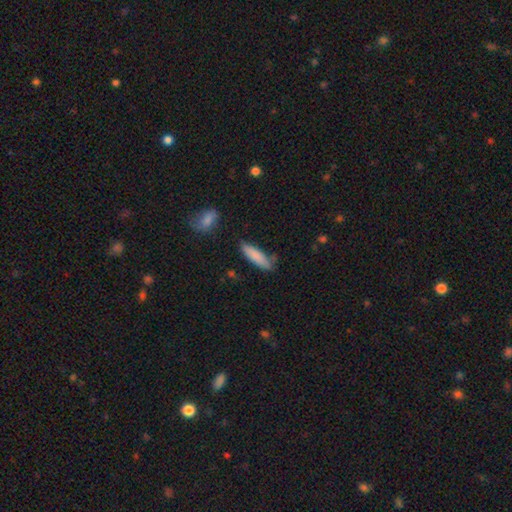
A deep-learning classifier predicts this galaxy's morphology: smooth_or_featured: smooth (p=0.84) [alt: featured or disk p=0.10]
how_rounded: cigar-shaped (p=0.63) [alt: in between p=0.35]
merging: none (p=0.74) [alt: minor disturbance p=0.18]